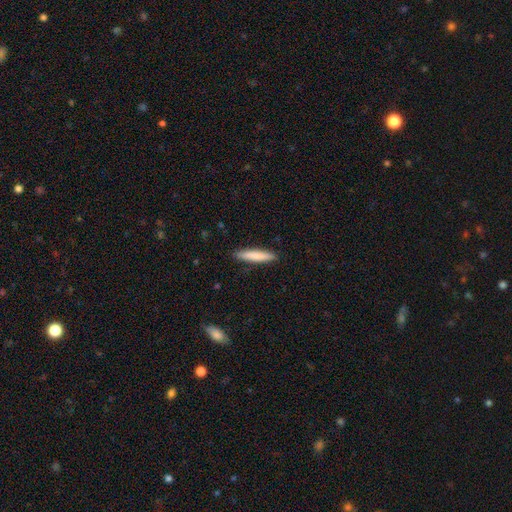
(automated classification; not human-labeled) smooth-or-featured: smooth: 80% | featured or disk: 15% | star or artifact: 5%
  how-rounded: cigar-shaped: 89% | in between: 10% | round: 1%
  merging: none: 89% | minor disturbance: 8% | major disturbance: 2% | merger: 1%